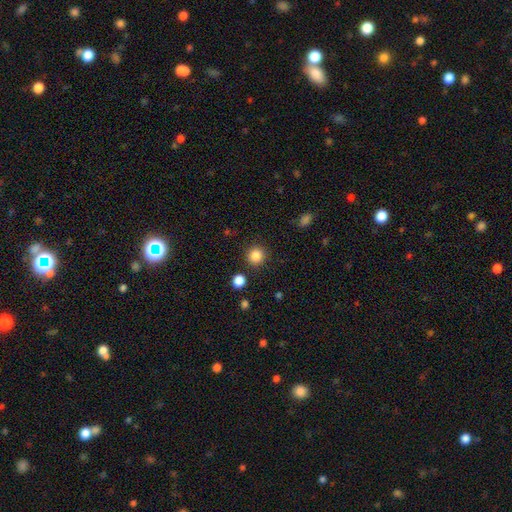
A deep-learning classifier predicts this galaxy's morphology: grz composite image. It shows a smooth galaxy with no disk features (85%) that is round (93%). Merging: none (89%).